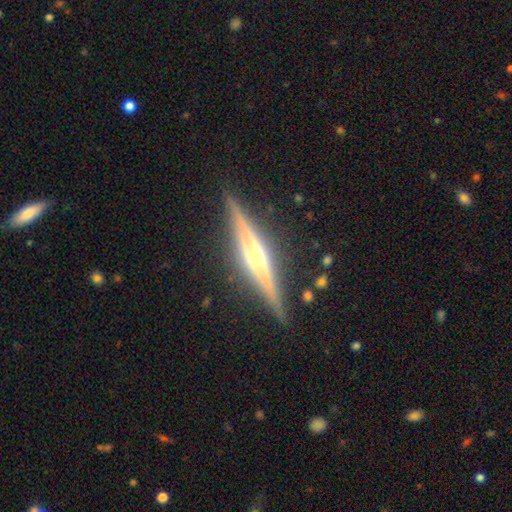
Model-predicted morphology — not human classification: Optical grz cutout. It shows a featured or disk galaxy (84%) viewed edge-on (98%) with a rounded central bulge (77%). Merging: none (90%).